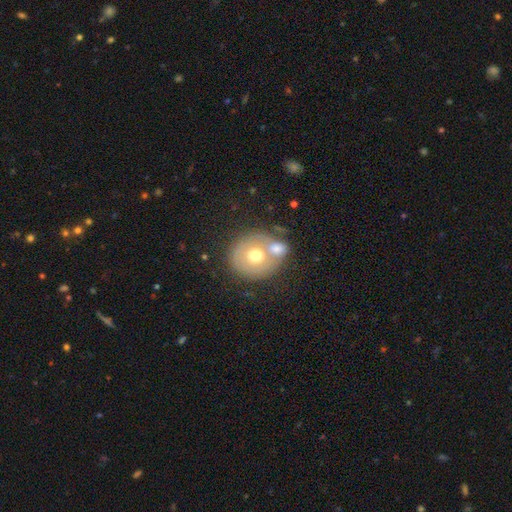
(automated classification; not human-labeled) Morphology: type=smooth (54%); roundness=round (85%); merging=merger (47%).